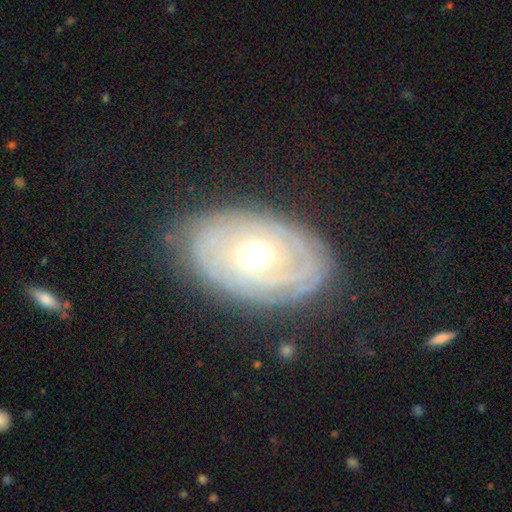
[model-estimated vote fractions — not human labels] A featured or disk galaxy (76%) with no bar (68%), tight (80%) spiral arms (74%) and a moderate central bulge (77%).

Vote fractions:
- Smooth or featured? featured or disk: 76% / smooth: 17% / star or artifact: 7%
- Edge-on disk? no: 93% / yes: 7%
- Bar? no: 68% / weak: 24% / strong: 9%
- Spiral arms? yes: 74% / no: 26%
- Spiral winding? tight: 80% / medium: 14% / loose: 6%
- Spiral arm count? can't tell: 54% / 2: 17% / 3: 10% / 4: 7% / more than 4: 6% / 1: 6%
- Bulge size? moderate: 77% / small: 11% / large: 11% / dominant: 1% / none: 1%
- Merging? none: 79% / minor disturbance: 15% / major disturbance: 5% / merger: 1%